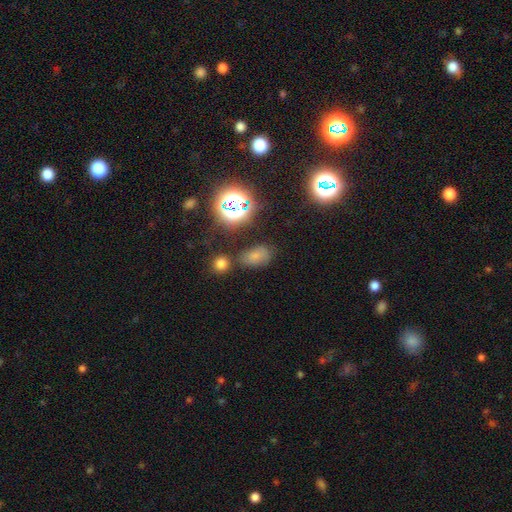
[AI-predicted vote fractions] This appears to be a smooth galaxy with no disk features (63%) that is in between round and cigar-shaped (86%). Merging: none (67%).